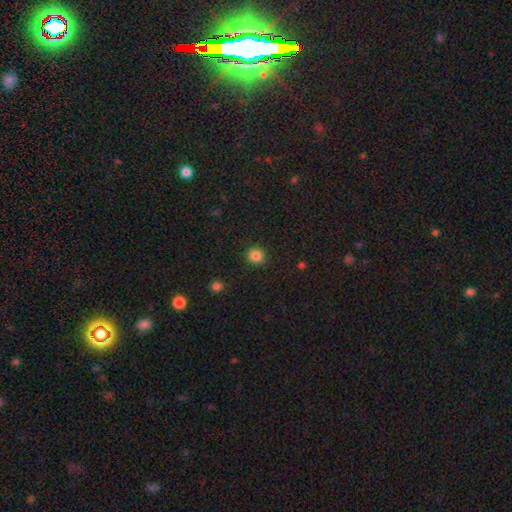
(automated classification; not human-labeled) Overall: smooth (85%). How rounded: round (89%). Merging: none (91%).